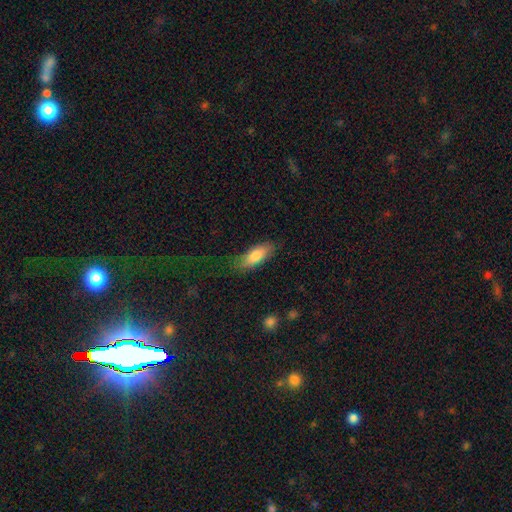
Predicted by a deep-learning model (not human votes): Q: Smooth or featured?
A: smooth (82%); runner-up: featured or disk (12%)
Q: How rounded?
A: in between (74%); runner-up: cigar-shaped (24%)
Q: Merging?
A: none (81%); runner-up: minor disturbance (14%)